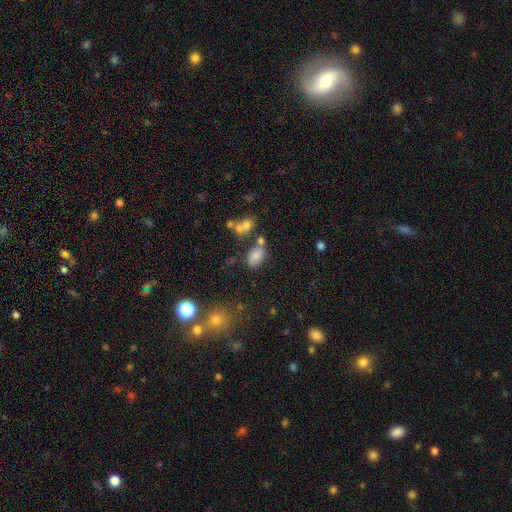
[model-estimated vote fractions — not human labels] This appears to be a smooth galaxy with no disk features (76%) that is in between round and cigar-shaped (86%). Merging: none (61%).